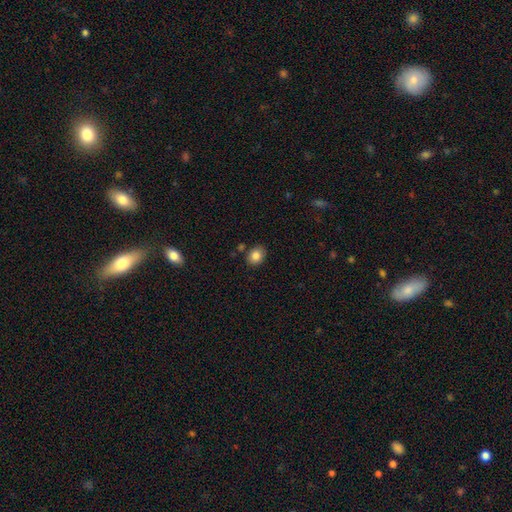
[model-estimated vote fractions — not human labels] This is clearly a smooth galaxy (85%). How rounded: possibly in between (58%). Merging: clearly none (82%).